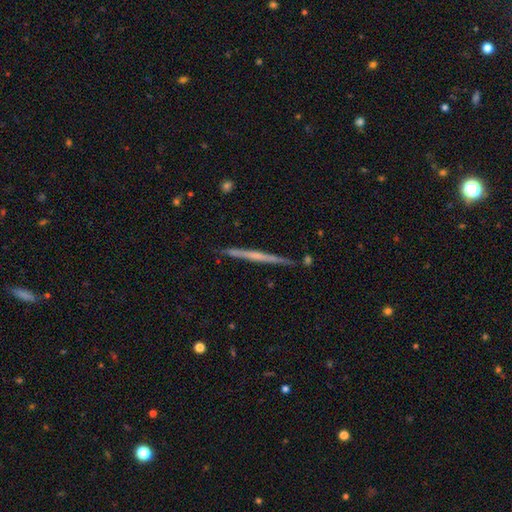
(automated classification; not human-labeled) A featured or disk galaxy (61%) viewed edge-on (98%) with no central bulge (76%). Merging: none (90%).